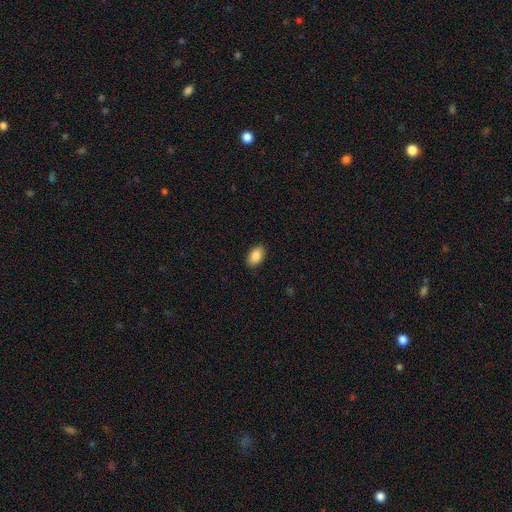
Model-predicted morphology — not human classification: Smooth or featured: smooth — 88% (star or artifact — 7%)
How rounded: in between — 92% (round — 7%)
Merging: none — 89% (minor disturbance — 8%)